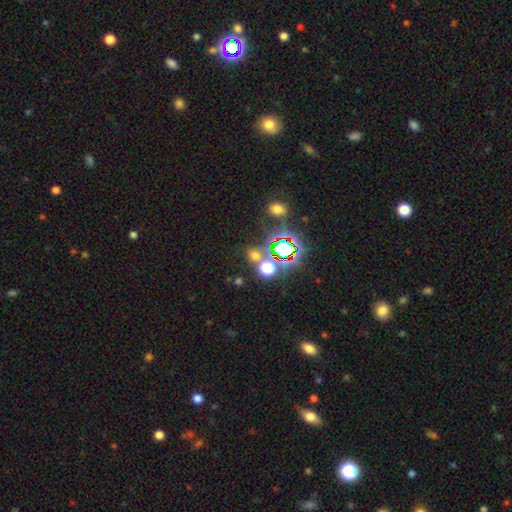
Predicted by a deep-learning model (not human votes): Q: Smooth or featured?
A: smooth (51%); runner-up: star or artifact (42%)
Q: How rounded?
A: round (77%); runner-up: in between (22%)
Q: Merging?
A: none (72%); runner-up: merger (15%)